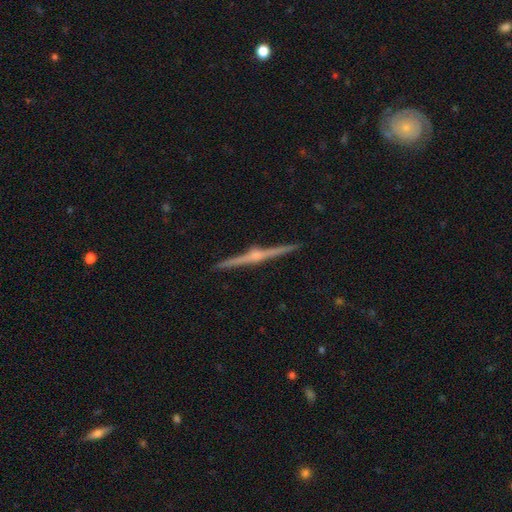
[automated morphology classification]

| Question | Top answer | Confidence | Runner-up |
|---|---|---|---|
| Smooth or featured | featured or disk | 87% | smooth (8%) |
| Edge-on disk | yes | 99% | no (1%) |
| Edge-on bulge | rounded | 86% | boxy (8%) |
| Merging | none | 93% | minor disturbance (5%) |